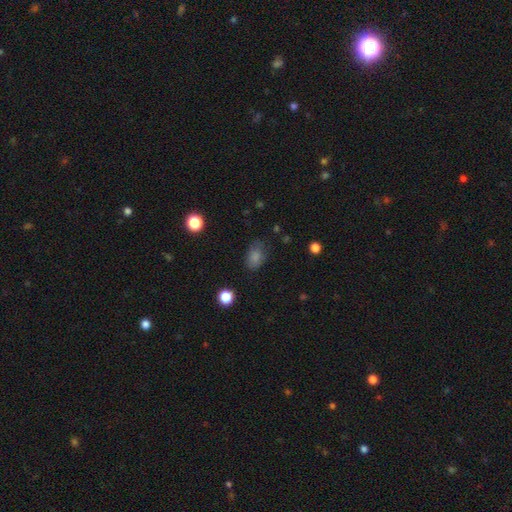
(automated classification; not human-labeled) Morphology: type=smooth (76%); roundness=in between (80%); merging=none (73%).